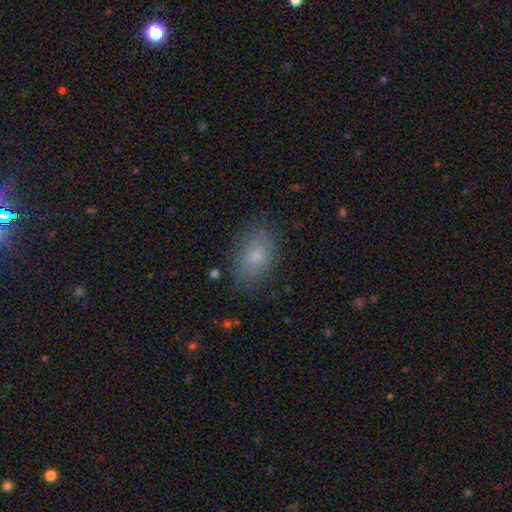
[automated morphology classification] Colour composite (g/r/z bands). It shows a smooth galaxy with no disk features (78%) that is in between round and cigar-shaped (86%). Merging: none (83%).